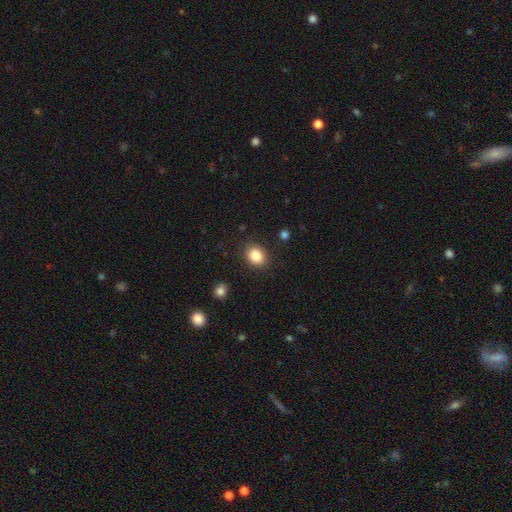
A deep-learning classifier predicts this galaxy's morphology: type=smooth (85%); roundness=round (57%); merging=none (88%).